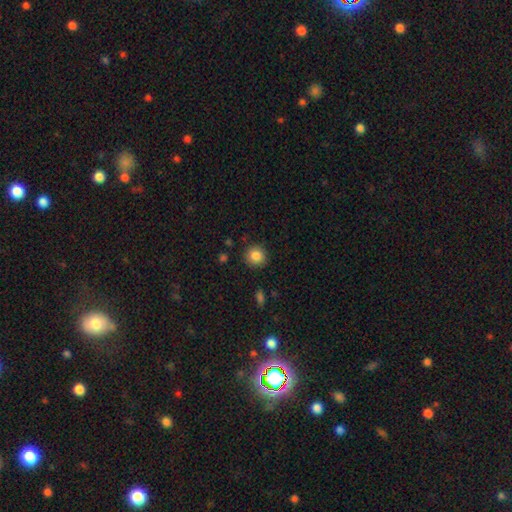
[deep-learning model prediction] Smooth or featured?
  - smooth: 86% *
  - star or artifact: 9%
  - featured or disk: 5%
How rounded?
  - round: 90% *
  - in between: 9%
  - cigar-shaped: 1%
Merging?
  - none: 88% *
  - minor disturbance: 8%
  - major disturbance: 2%
  - merger: 1%